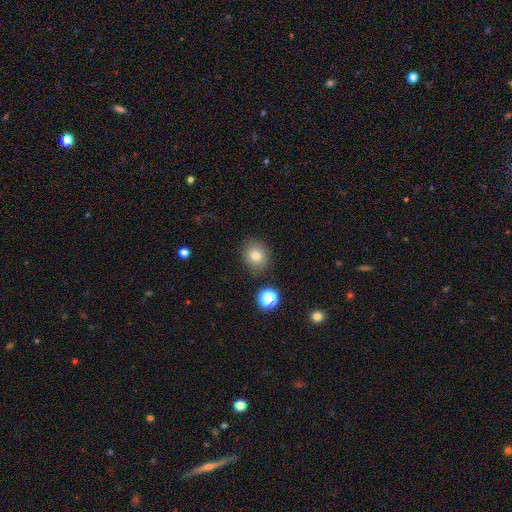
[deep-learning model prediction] This is likely a smooth galaxy (79%). How rounded: likely round (76%). Merging: clearly none (84%).